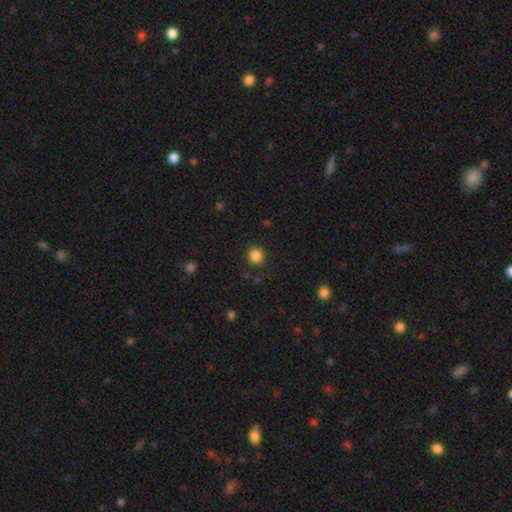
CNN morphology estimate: Overall: smooth (85%). How rounded: round (92%). Merging: none (89%).